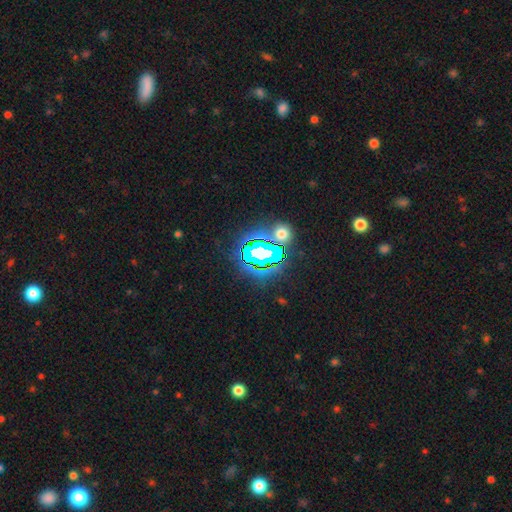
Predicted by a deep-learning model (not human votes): A star or artifact, not a galaxy (72%).